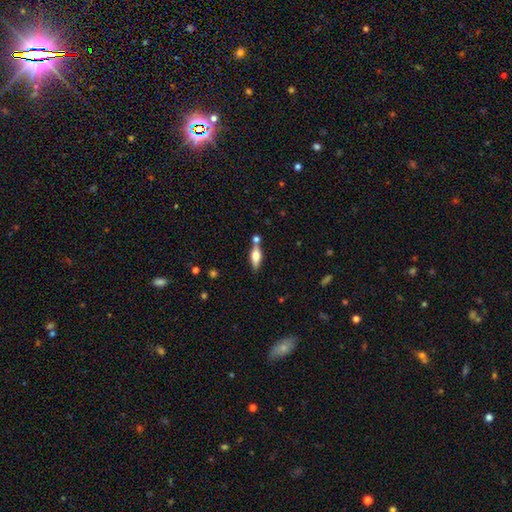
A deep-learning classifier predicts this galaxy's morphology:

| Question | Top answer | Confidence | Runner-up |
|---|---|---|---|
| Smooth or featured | smooth | 53% | featured or disk (39%) |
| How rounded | in between | 57% | cigar-shaped (39%) |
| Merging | none | 68% | merger (16%) |